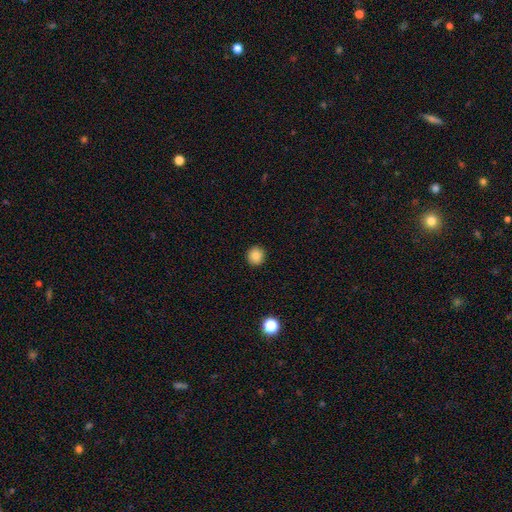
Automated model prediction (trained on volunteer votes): Smooth or featured: smooth — 86% (star or artifact — 10%)
How rounded: round — 93% (in between — 6%)
Merging: none — 92% (minor disturbance — 5%)